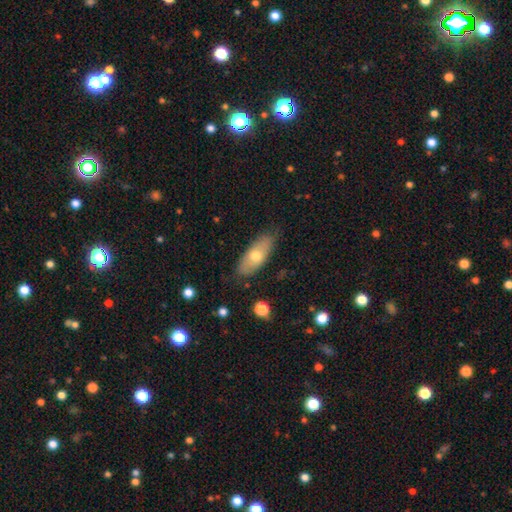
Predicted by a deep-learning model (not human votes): The model was most divided on "smooth or featured": smooth: 62%, featured or disk: 31%, star or artifact: 6%. More confident: merging — none (81%); how rounded — in between (77%).